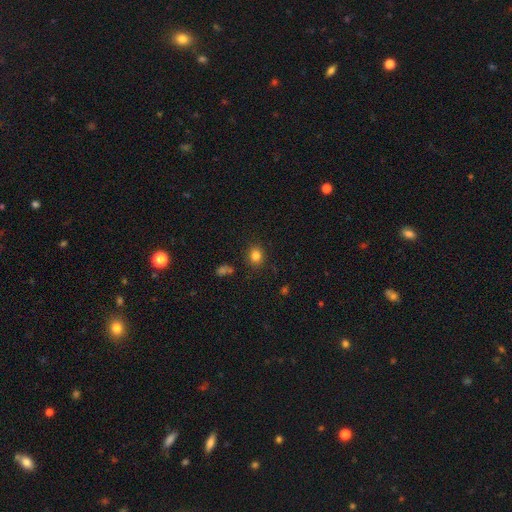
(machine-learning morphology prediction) Smooth or featured? smooth (82%)
How rounded? round (72%)
Merging? none (86%)